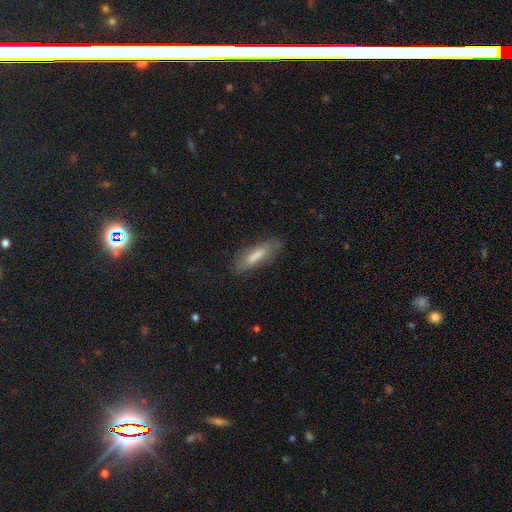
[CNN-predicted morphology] This is likely a smooth galaxy (67%). How rounded: possibly cigar-shaped (59%). Merging: likely none (77%).